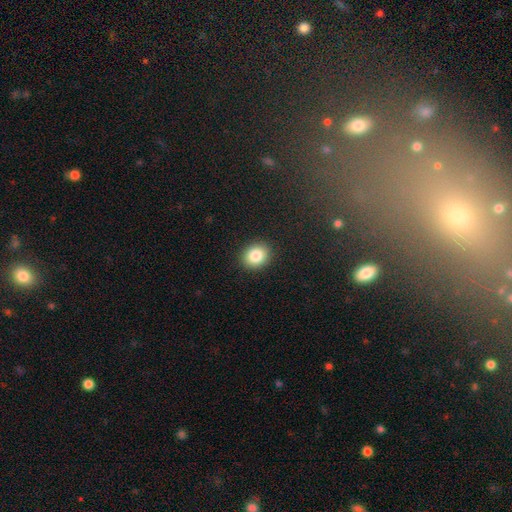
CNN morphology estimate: Smooth or featured: smooth — 84% (star or artifact — 9%)
How rounded: round — 69% (in between — 30%)
Merging: none — 91% (minor disturbance — 6%)